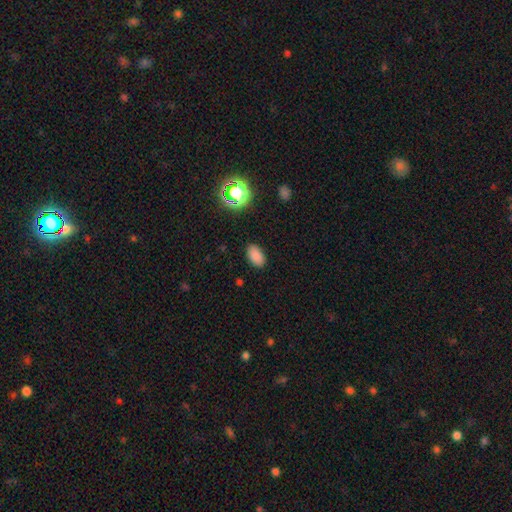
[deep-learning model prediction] A smooth galaxy with no disk features (83%) that is in between round and cigar-shaped (92%).

Vote fractions:
- Smooth or featured? smooth: 83% / star or artifact: 13% / featured or disk: 4%
- How rounded? in between: 92% / round: 6% / cigar-shaped: 2%
- Merging? none: 88% / minor disturbance: 9% / major disturbance: 2% / merger: 1%